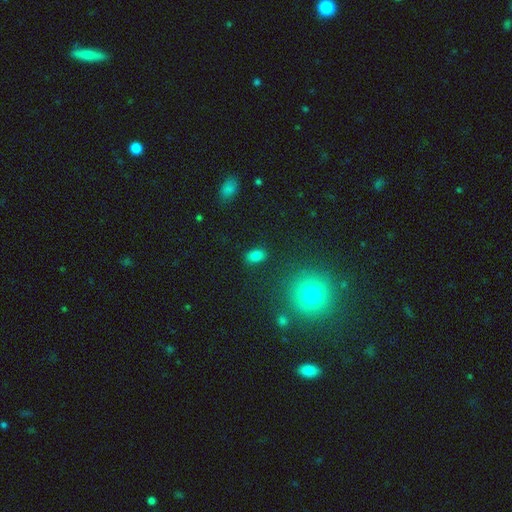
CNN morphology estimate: Smooth or featured? Predicted: smooth (p=0.83). How rounded? Predicted: in between (p=0.84). Merging? Predicted: none (p=0.85).